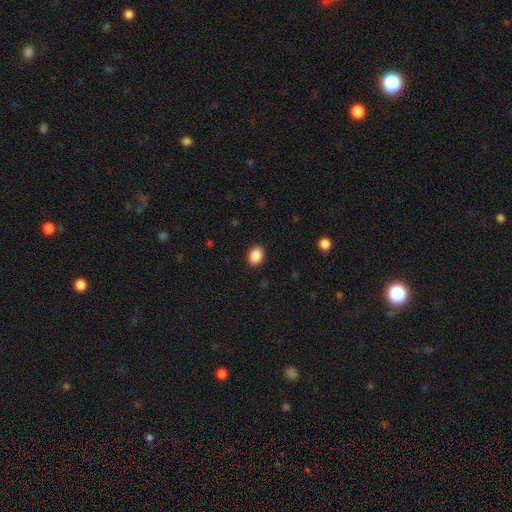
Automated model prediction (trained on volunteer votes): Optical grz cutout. It shows a smooth galaxy with no disk features (89%) that is in between round and cigar-shaped (59%). Merging: none (90%).